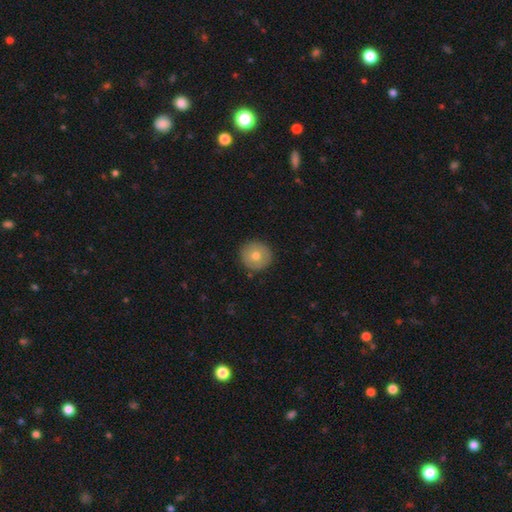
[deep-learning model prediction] Morphology: type=smooth (71%); roundness=round (95%); merging=none (91%).